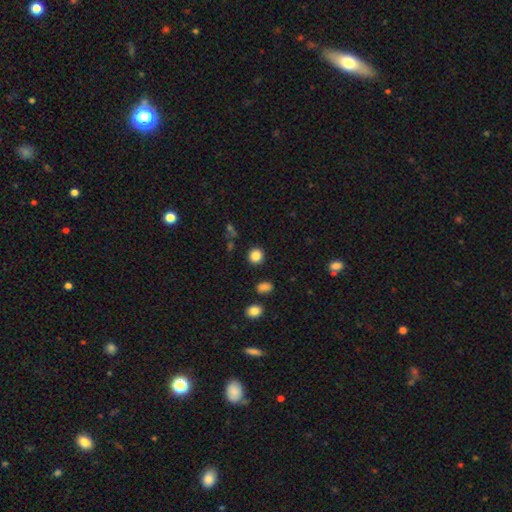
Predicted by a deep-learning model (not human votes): Smooth or featured: smooth — 85% (star or artifact — 11%)
How rounded: round — 90% (in between — 9%)
Merging: none — 90% (minor disturbance — 6%)